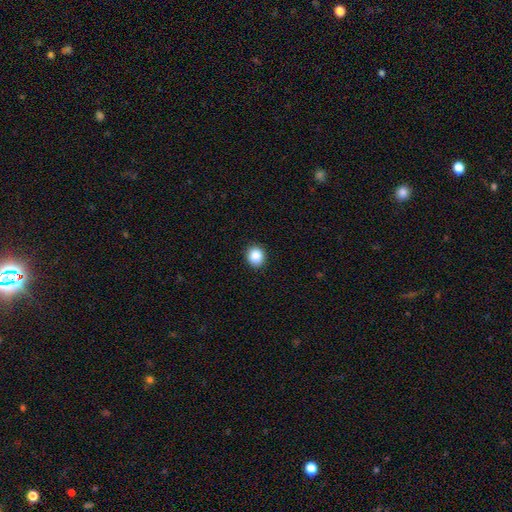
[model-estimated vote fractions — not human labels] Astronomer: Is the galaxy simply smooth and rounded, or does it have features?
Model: smooth — 87%.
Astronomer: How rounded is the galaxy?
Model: round — 82%.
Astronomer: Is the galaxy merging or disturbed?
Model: none — 92%.